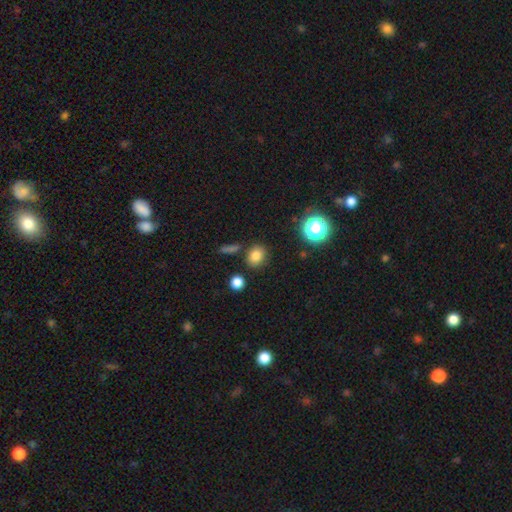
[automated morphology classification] smooth-or-featured: smooth: 81% | star or artifact: 13% | featured or disk: 6%
  how-rounded: round: 58% | in between: 41% | cigar-shaped: 1%
  merging: none: 82% | minor disturbance: 10% | merger: 5% | major disturbance: 3%